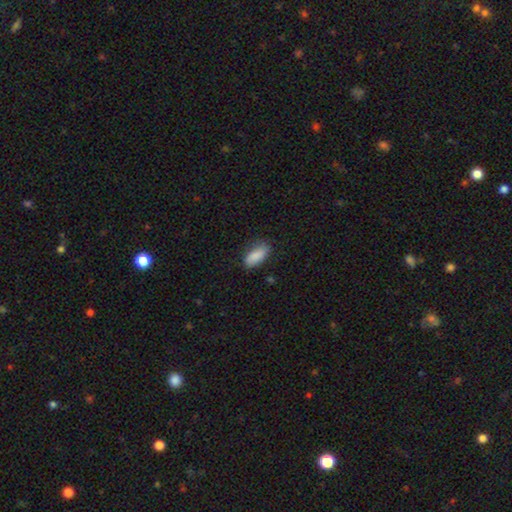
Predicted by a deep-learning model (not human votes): Smooth or featured: smooth — 88% (star or artifact — 7%)
How rounded: in between — 87% (cigar-shaped — 11%)
Merging: none — 73% (minor disturbance — 21%)